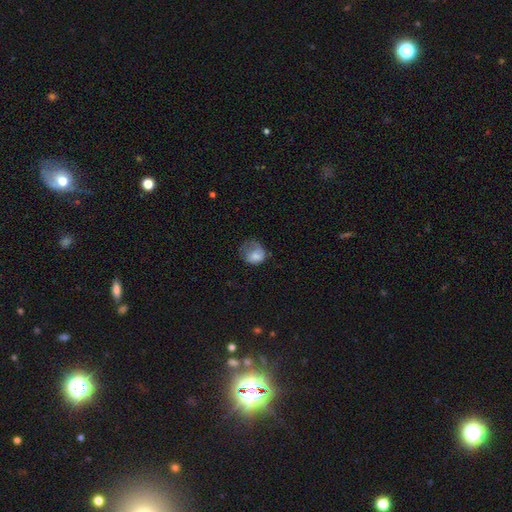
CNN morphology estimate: Smooth or featured?
  - smooth: 71% *
  - featured or disk: 20%
  - star or artifact: 9%
How rounded?
  - round: 56% *
  - in between: 43%
  - cigar-shaped: 1%
Merging?
  - major disturbance: 44% *
  - minor disturbance: 29%
  - none: 25%
  - merger: 2%